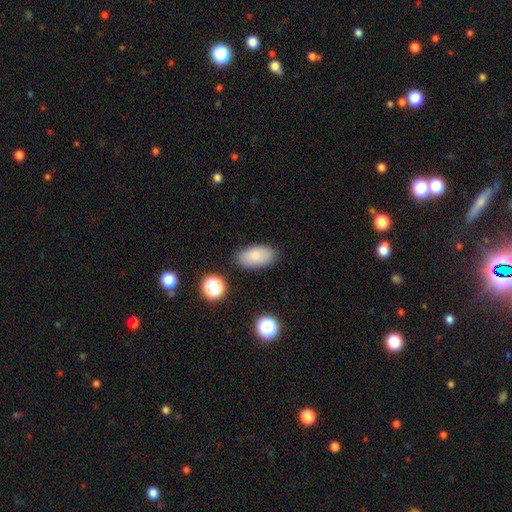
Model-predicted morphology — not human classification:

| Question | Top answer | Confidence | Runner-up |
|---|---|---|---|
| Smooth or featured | smooth | 84% | featured or disk (8%) |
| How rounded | in between | 93% | round (4%) |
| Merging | none | 83% | minor disturbance (12%) |